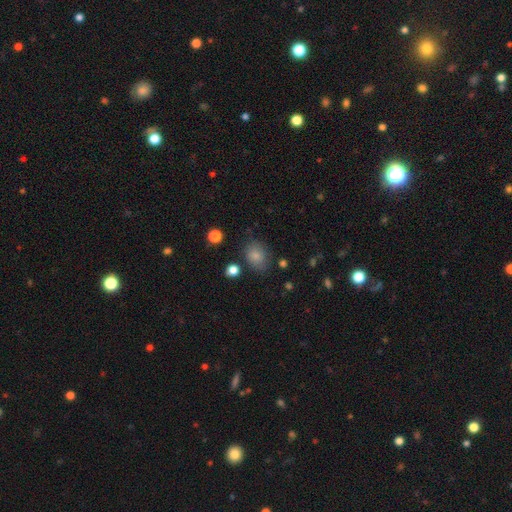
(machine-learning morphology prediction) smooth 83%, star or artifact 10%, featured or disk 7%. Down the decision tree: how rounded — in between (62%); merging — none (73%).